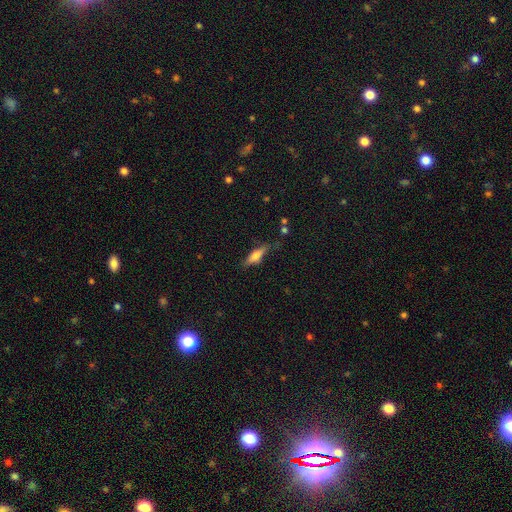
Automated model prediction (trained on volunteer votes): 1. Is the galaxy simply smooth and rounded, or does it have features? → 52% smooth, 40% featured or disk, 8% star or artifact.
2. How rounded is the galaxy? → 64% cigar-shaped, 33% in between, 3% round.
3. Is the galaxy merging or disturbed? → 72% none, 20% minor disturbance, 6% major disturbance, 3% merger.